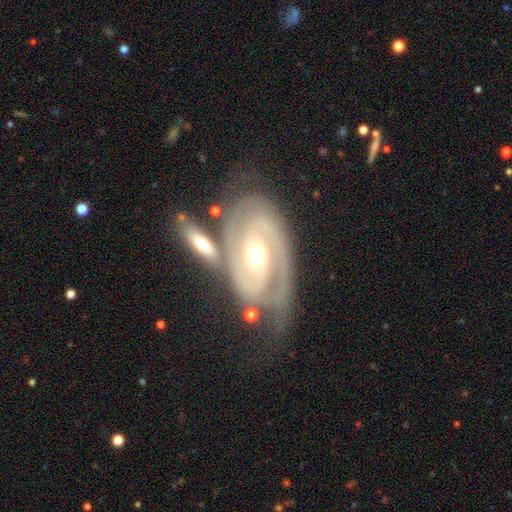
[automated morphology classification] This appears to be a featured or disk galaxy (90%) with no bar (43%), 2 (78%) tight (69%) spiral arms (97%) and a moderate central bulge (65%). Merging: none (55%).